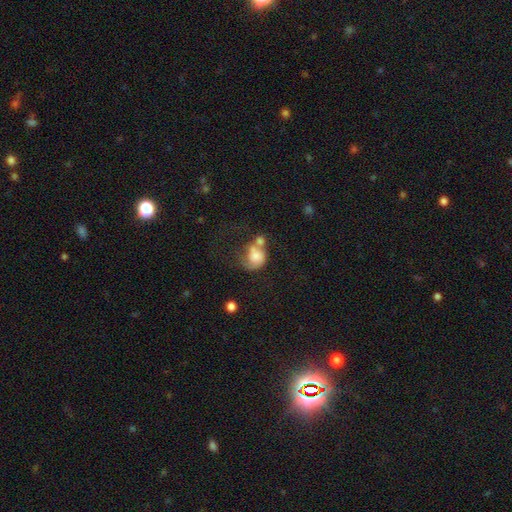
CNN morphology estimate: Smooth or featured?
  - smooth: 56% *
  - featured or disk: 35%
  - star or artifact: 9%
How rounded?
  - round: 54% *
  - in between: 45%
  - cigar-shaped: 1%
Merging?
  - merger: 43% *
  - major disturbance: 23%
  - none: 19%
  - minor disturbance: 15%